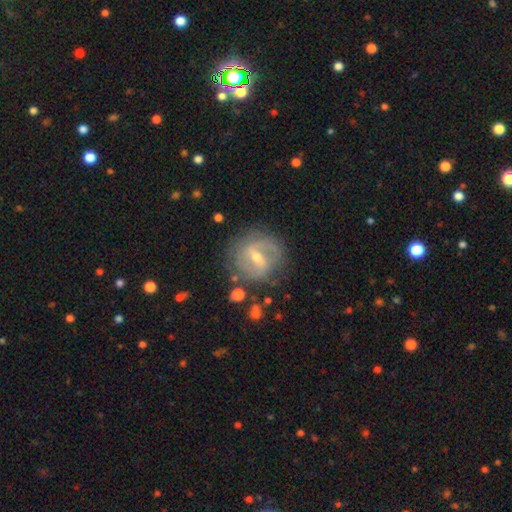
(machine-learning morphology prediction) featured or disk 80%, smooth 13%, star or artifact 7%. Down the decision tree: edge-on disk — no (96%); bar — weak (46%); spiral arms — yes (85%); spiral arm count — 2 (69%); spiral winding — medium (41%); bulge size — small (49%); merging — none (77%).